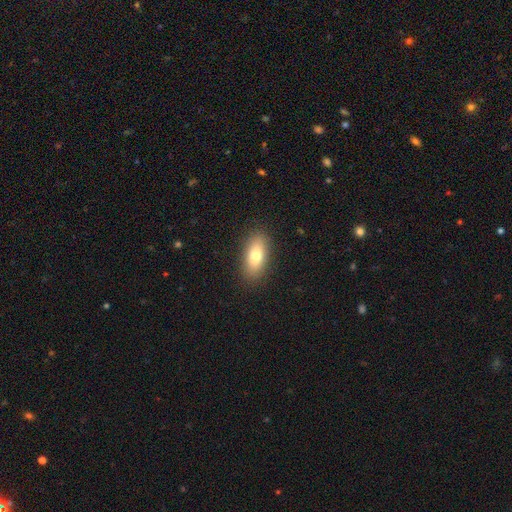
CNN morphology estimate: Overall: smooth (76%). How rounded: in between (83%). Merging: none (89%).